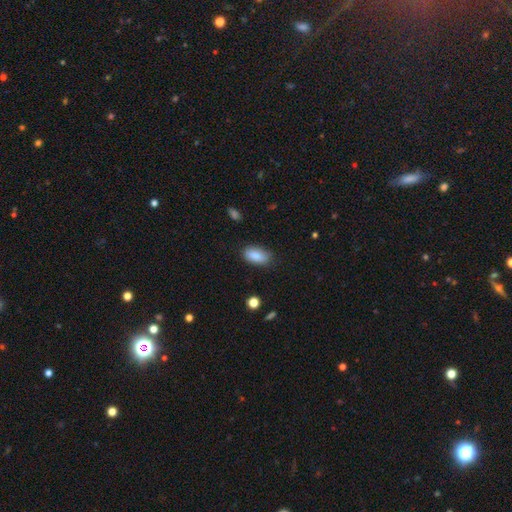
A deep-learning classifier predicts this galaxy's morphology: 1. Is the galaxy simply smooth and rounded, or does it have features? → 86% smooth, 7% star or artifact, 7% featured or disk.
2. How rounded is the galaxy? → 91% in between, 5% cigar-shaped, 4% round.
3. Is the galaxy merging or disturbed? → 79% none, 17% minor disturbance, 3% major disturbance, 1% merger.